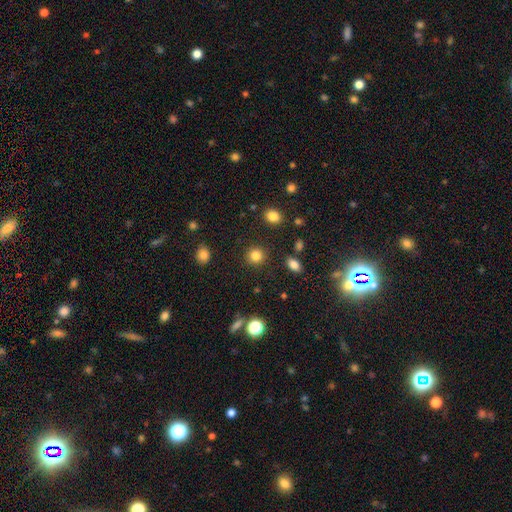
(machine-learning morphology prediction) smooth_or_featured: smooth (p=0.83) [alt: star or artifact p=0.11]
how_rounded: round (p=0.90) [alt: in between p=0.09]
merging: none (p=0.89) [alt: minor disturbance p=0.06]